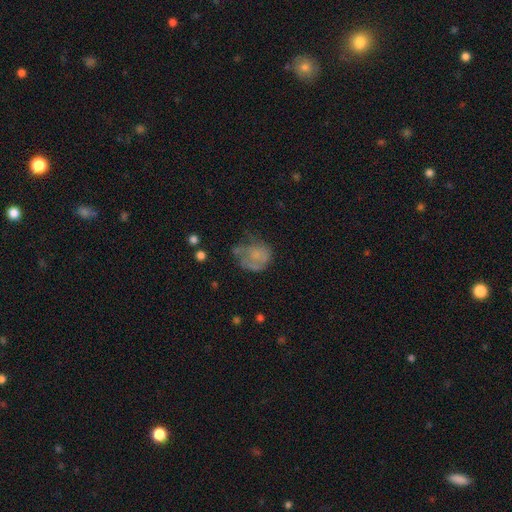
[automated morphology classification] A smooth galaxy with no disk features (52%) that is round (61%).

Vote fractions:
- Smooth or featured? smooth: 52% / featured or disk: 36% / star or artifact: 12%
- How rounded? round: 61% / in between: 38% / cigar-shaped: 1%
- Merging? major disturbance: 34% / none: 33% / minor disturbance: 28% / merger: 5%